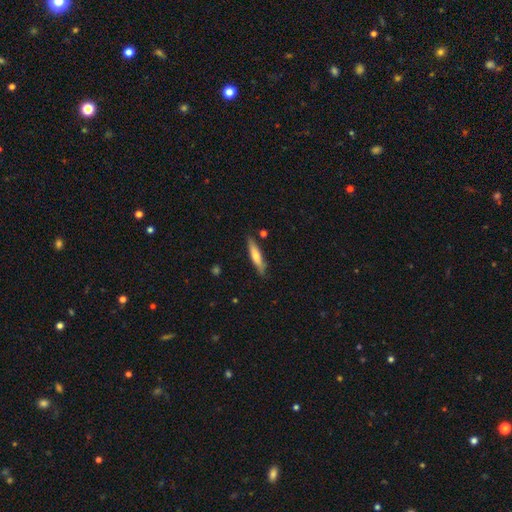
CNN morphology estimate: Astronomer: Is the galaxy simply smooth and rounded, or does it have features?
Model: smooth — 58% (runner-up: featured or disk, 36%).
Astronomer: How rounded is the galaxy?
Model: cigar-shaped — 86%.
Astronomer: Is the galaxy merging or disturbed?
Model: none — 84%.